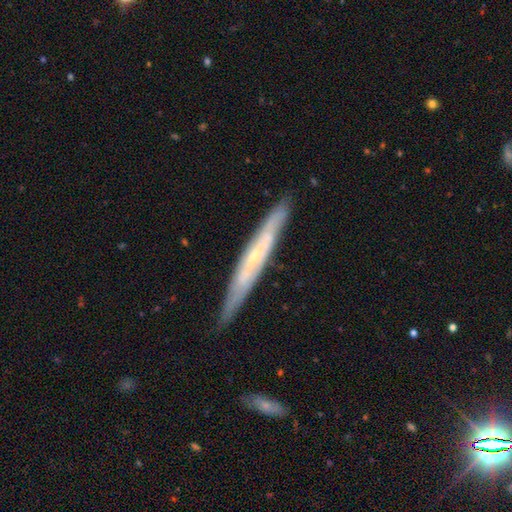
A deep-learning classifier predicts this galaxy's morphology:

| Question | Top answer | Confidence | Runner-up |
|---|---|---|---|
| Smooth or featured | featured or disk | 69% | smooth (25%) |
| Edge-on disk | yes | 82% | no (18%) |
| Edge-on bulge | none | 53% | rounded (42%) |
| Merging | none | 85% | minor disturbance (12%) |